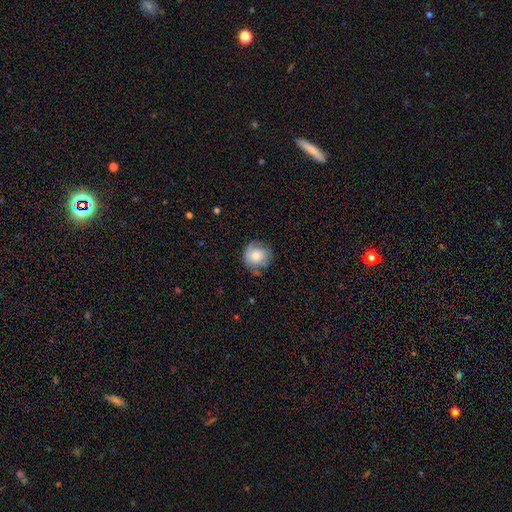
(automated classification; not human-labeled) A smooth galaxy with no disk features (59%) that is round (85%). Merging: none (65%).